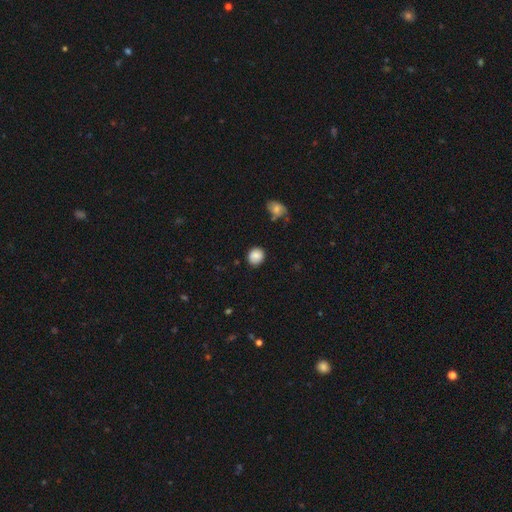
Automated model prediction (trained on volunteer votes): A smooth galaxy with no disk features (86%) that is round (79%).

Vote fractions:
- Smooth or featured? smooth: 86% / star or artifact: 8% / featured or disk: 5%
- How rounded? round: 79% / in between: 20% / cigar-shaped: 1%
- Merging? none: 83% / minor disturbance: 12% / major disturbance: 3% / merger: 2%